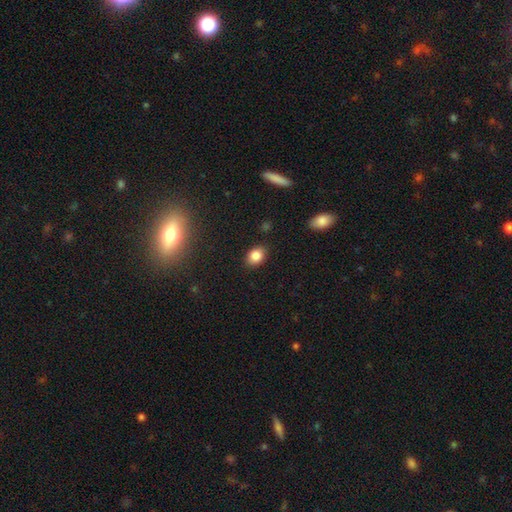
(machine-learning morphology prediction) smooth 84%, star or artifact 10%, featured or disk 6%. Down the decision tree: how rounded — in between (68%); merging — none (85%).